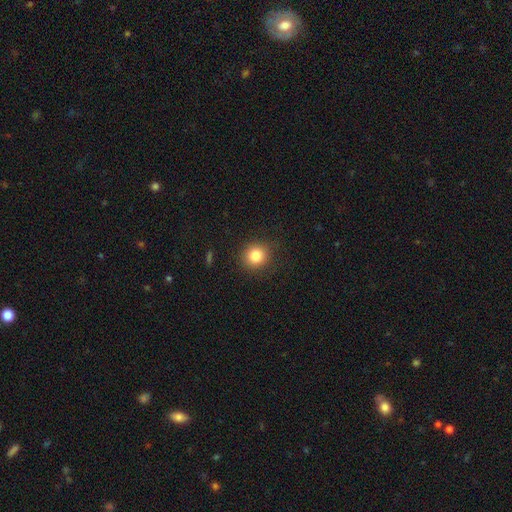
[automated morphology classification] smooth-or-featured: smooth: 83% | star or artifact: 11% | featured or disk: 6%
  how-rounded: round: 87% | in between: 12% | cigar-shaped: 1%
  merging: none: 88% | minor disturbance: 8% | major disturbance: 3% | merger: 1%